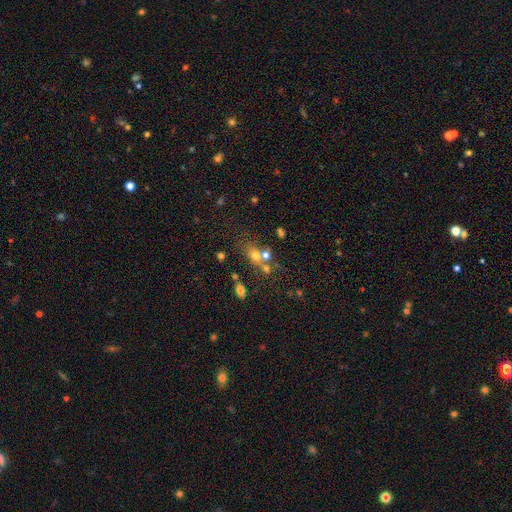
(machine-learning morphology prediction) Smooth or featured? Predicted: smooth (p=0.59). How rounded? Predicted: in between (p=0.52). Merging? Predicted: merger (p=0.43).